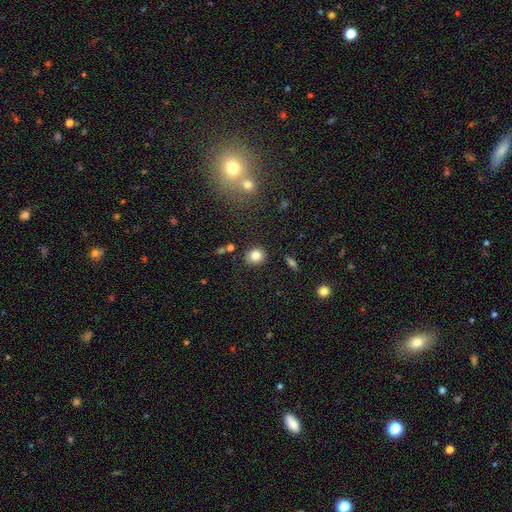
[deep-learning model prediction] Q: Smooth or featured?
A: smooth (81%); runner-up: star or artifact (10%)
Q: How rounded?
A: round (76%); runner-up: in between (23%)
Q: Merging?
A: none (87%); runner-up: minor disturbance (8%)